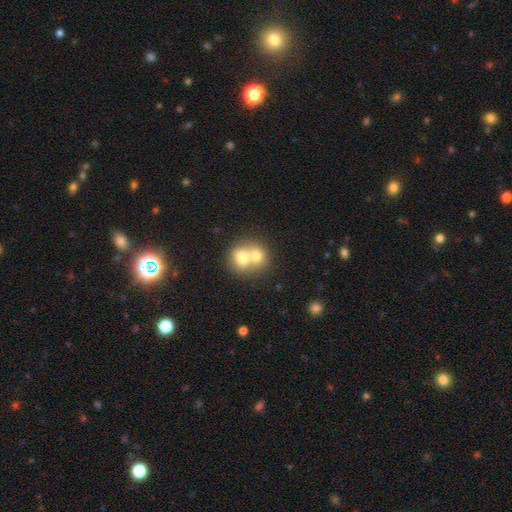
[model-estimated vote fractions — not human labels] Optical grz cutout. It shows a smooth galaxy with no disk features (72%) that is round (65%). Merging: merger (70%).